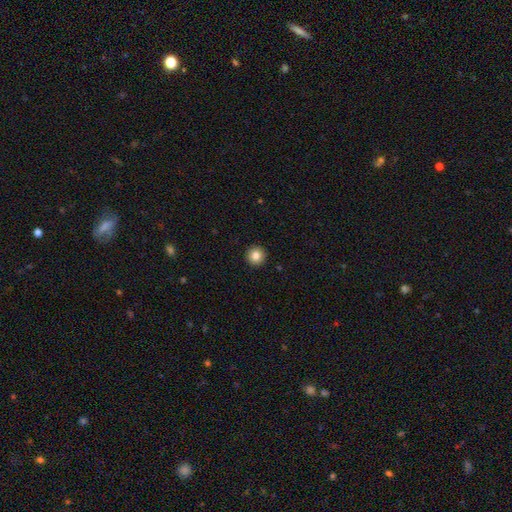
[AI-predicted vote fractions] A smooth galaxy with no disk features (83%) that is round (96%). Merging: none (93%).